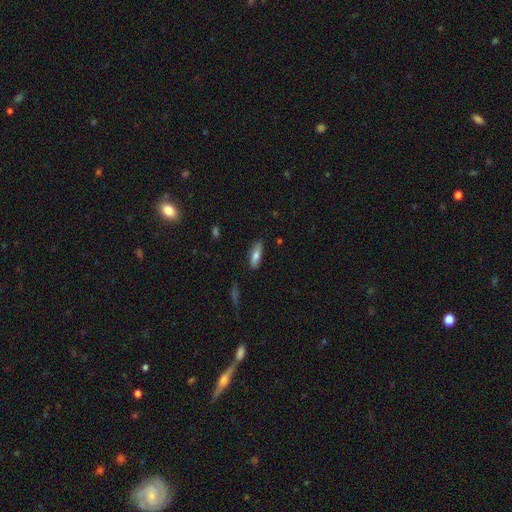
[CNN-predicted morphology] type=smooth (76%); roundness=in between (57%); merging=none (84%).